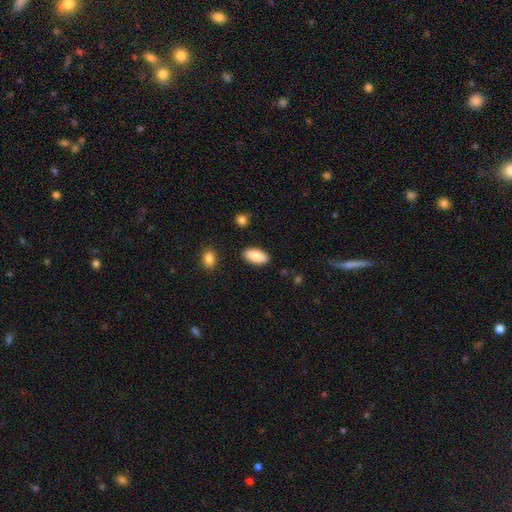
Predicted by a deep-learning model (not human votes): Smooth or featured?
  - smooth: 84% *
  - featured or disk: 10%
  - star or artifact: 7%
How rounded?
  - in between: 93% *
  - cigar-shaped: 4%
  - round: 3%
Merging?
  - none: 87% *
  - minor disturbance: 9%
  - major disturbance: 2%
  - merger: 2%